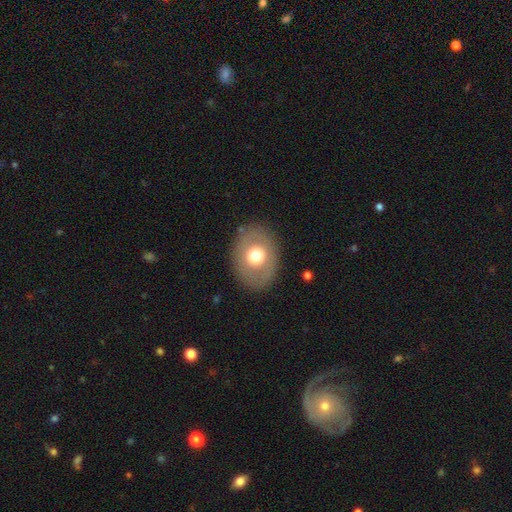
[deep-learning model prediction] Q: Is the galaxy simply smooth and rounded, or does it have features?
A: smooth — 62%.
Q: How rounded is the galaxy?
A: in between — 60%.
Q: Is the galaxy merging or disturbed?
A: none — 84%.